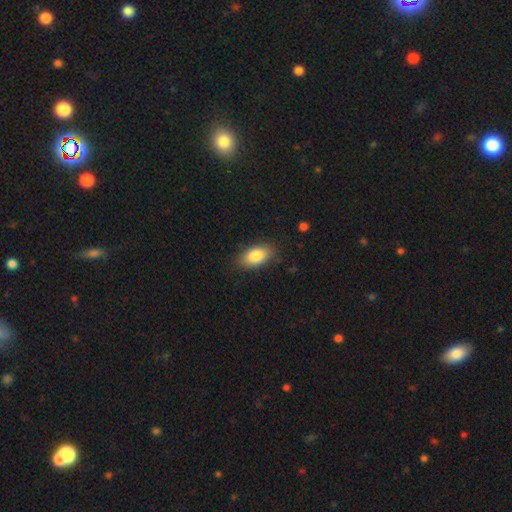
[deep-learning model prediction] This is clearly a smooth galaxy (84%). How rounded: clearly in between (91%). Merging: clearly none (84%).